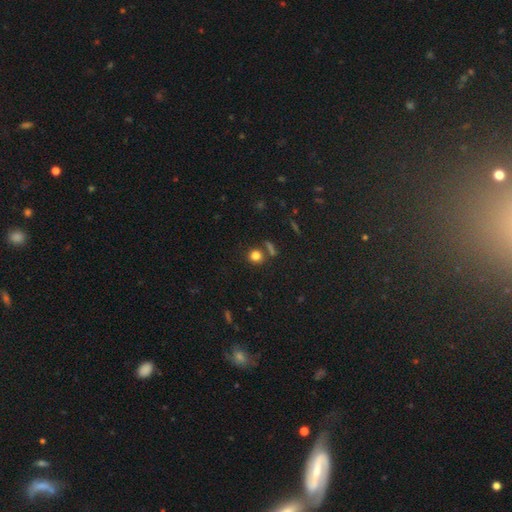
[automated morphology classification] type=smooth (79%); roundness=round (86%); merging=none (75%).